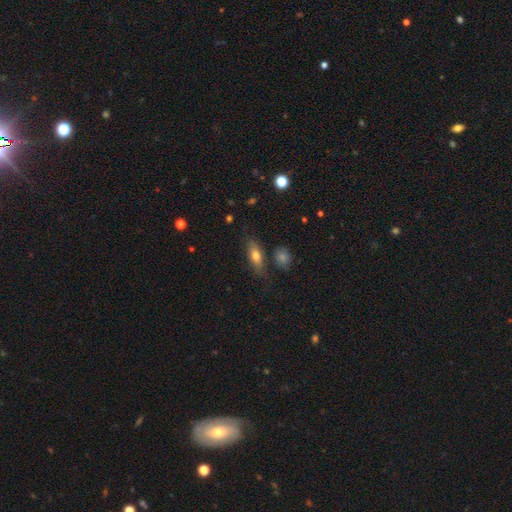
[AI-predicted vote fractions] smooth_or_featured: smooth (p=0.70) [alt: featured or disk p=0.23]
how_rounded: in between (p=0.68) [alt: cigar-shaped p=0.27]
merging: none (p=0.71) [alt: minor disturbance p=0.17]